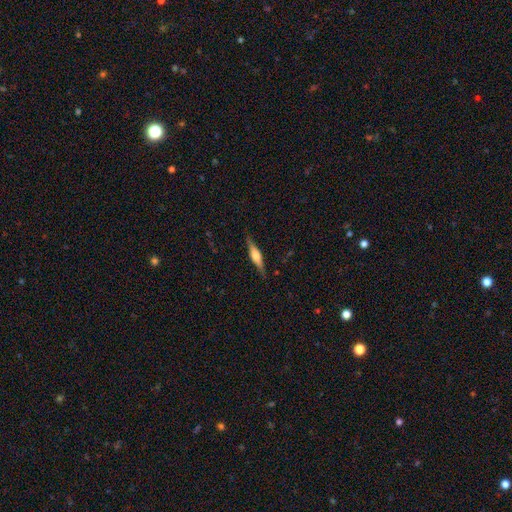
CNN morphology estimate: A featured or disk galaxy (62%) viewed edge-on (96%) with a rounded central bulge (76%). Merging: none (86%).